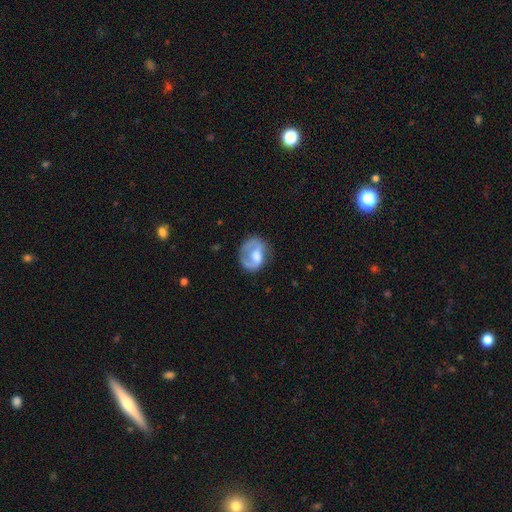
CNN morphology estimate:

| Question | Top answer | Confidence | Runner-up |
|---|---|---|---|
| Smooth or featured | featured or disk | 53% | smooth (40%) |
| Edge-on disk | no | 97% | yes (3%) |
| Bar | no | 56% | weak (33%) |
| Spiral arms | yes | 65% | no (35%) |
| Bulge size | moderate | 40% | large (26%) |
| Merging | none | 49% | minor disturbance (24%) |